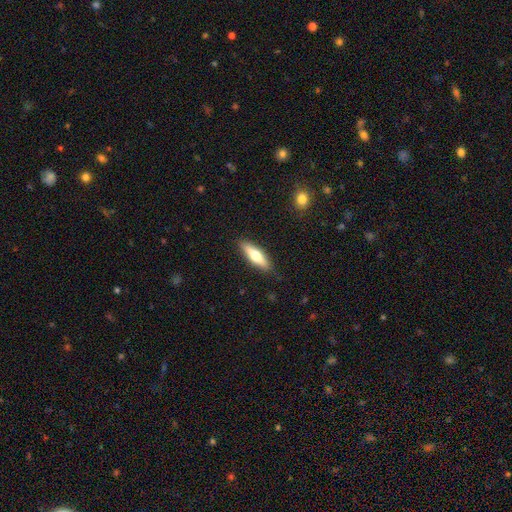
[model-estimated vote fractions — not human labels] Overall: smooth (58%; featured or disk 36%). How rounded: cigar-shaped (55%; in between 43%). Merging: none (88%).